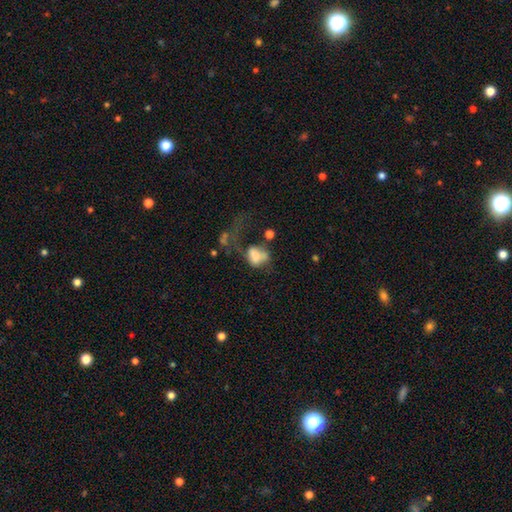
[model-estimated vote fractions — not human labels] Overall: smooth (59%; featured or disk 30%). How rounded: in between (71%). Merging: major disturbance (51%; merger 25%).